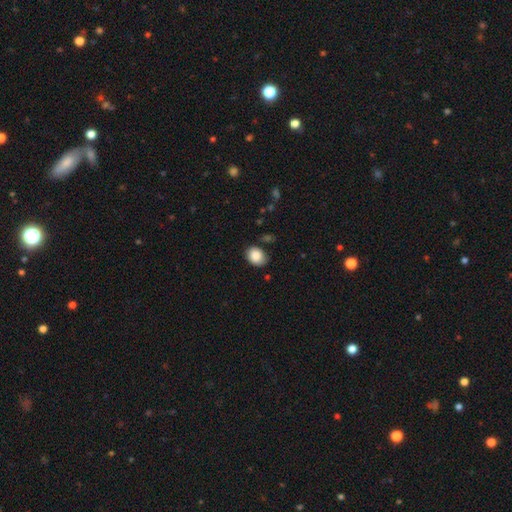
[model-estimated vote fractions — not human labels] smooth_or_featured: smooth (p=0.86) [alt: star or artifact p=0.08]
how_rounded: in between (p=0.58) [alt: round p=0.41]
merging: none (p=0.72) [alt: minor disturbance p=0.21]